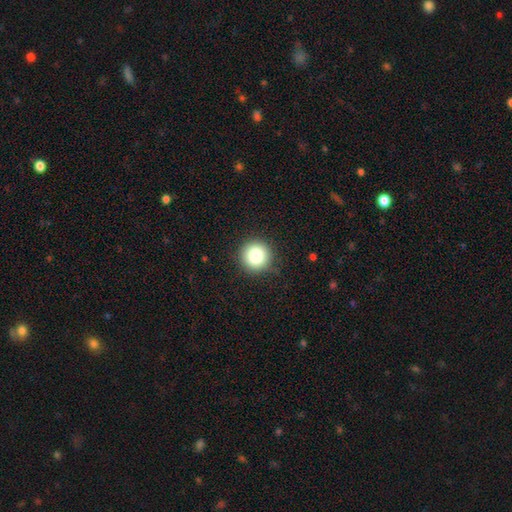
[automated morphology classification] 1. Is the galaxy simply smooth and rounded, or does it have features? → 82% smooth, 10% star or artifact, 7% featured or disk.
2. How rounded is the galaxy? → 95% round, 4% in between, 1% cigar-shaped.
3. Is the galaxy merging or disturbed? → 90% none, 7% minor disturbance, 2% major disturbance, 1% merger.